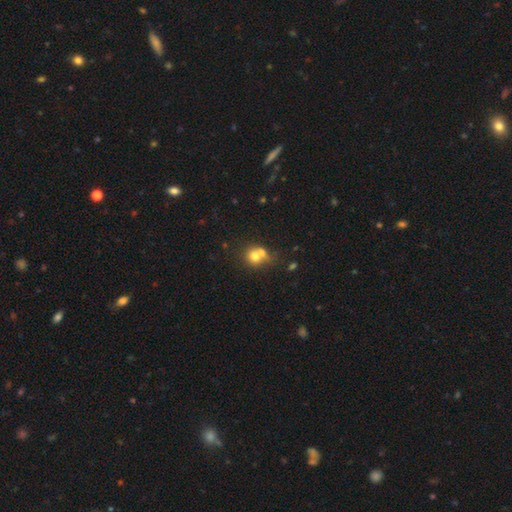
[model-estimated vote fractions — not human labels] A smooth galaxy with no disk features (71%) that is round (78%). Merging: merger (53%).